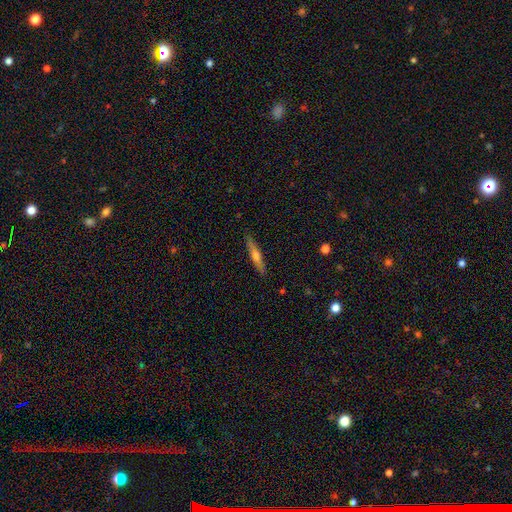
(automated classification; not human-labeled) Overall: featured or disk (49%; smooth 45%). Merging: none (90%).